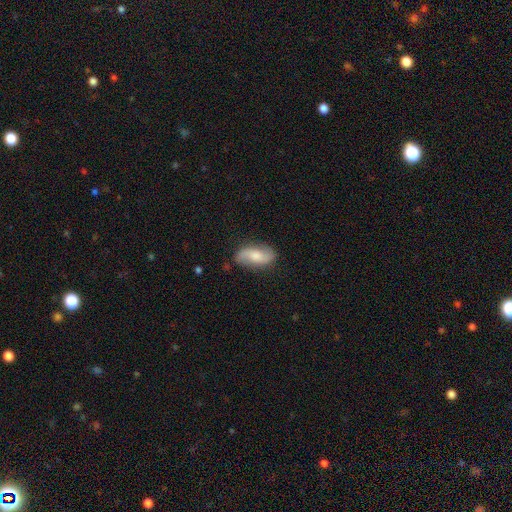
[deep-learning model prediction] This appears to be a featured or disk galaxy (56%) with no bar (53%), spiral arms (91%) and a moderate central bulge (47%). Merging: none (78%).